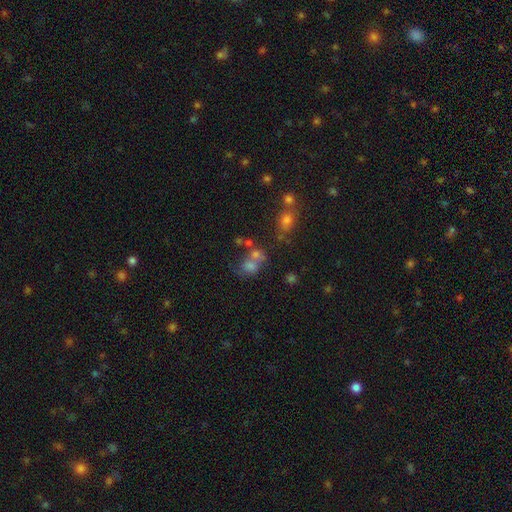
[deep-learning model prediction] A smooth galaxy with no disk features (58%) that is round (59%).

Vote fractions:
- Smooth or featured? smooth: 58% / star or artifact: 22% / featured or disk: 20%
- How rounded? round: 59% / in between: 39% / cigar-shaped: 2%
- Merging? merger: 48% / none: 33% / minor disturbance: 10% / major disturbance: 9%